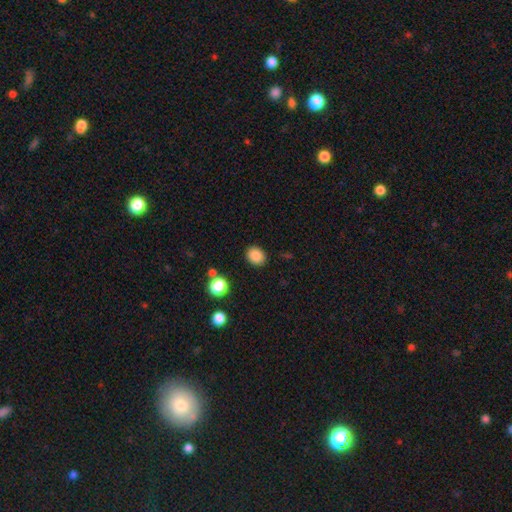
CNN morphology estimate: Smooth or featured? smooth (86%)
How rounded? round (54%)
Merging? none (88%)